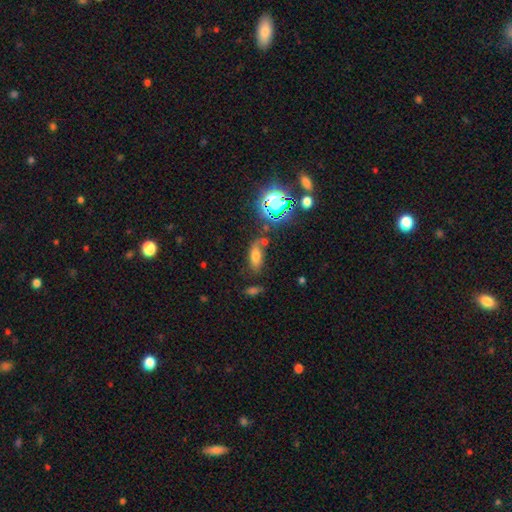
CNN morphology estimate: This is likely a smooth galaxy (62%). How rounded: likely in between (78%). Merging: possibly none (60%).